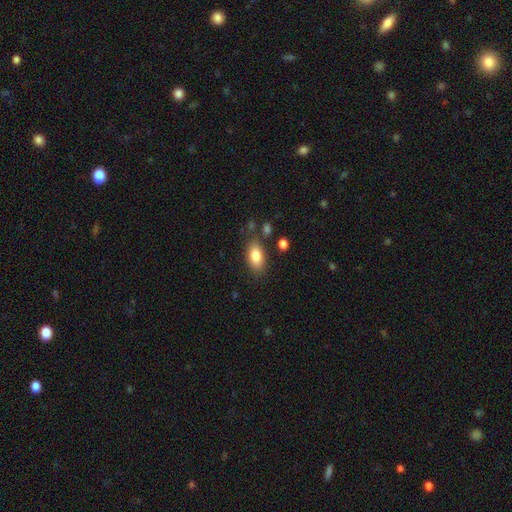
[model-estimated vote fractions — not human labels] Q: Smooth or featured?
A: smooth (83%); runner-up: featured or disk (10%)
Q: How rounded?
A: in between (89%); runner-up: round (7%)
Q: Merging?
A: none (79%); runner-up: minor disturbance (13%)